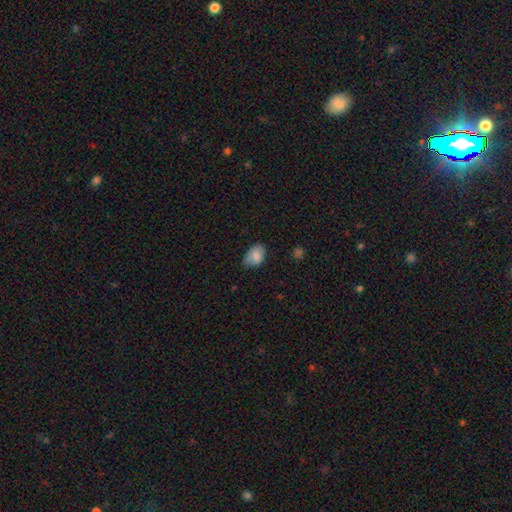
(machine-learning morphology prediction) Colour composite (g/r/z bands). It shows a smooth galaxy with no disk features (82%) that is in between round and cigar-shaped (84%). Merging: none (61%).